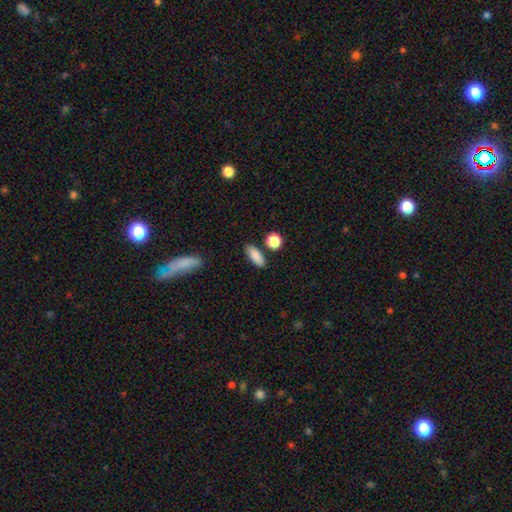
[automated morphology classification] This appears to be a smooth galaxy with no disk features (87%) that is in between round and cigar-shaped (75%). Merging: none (82%).